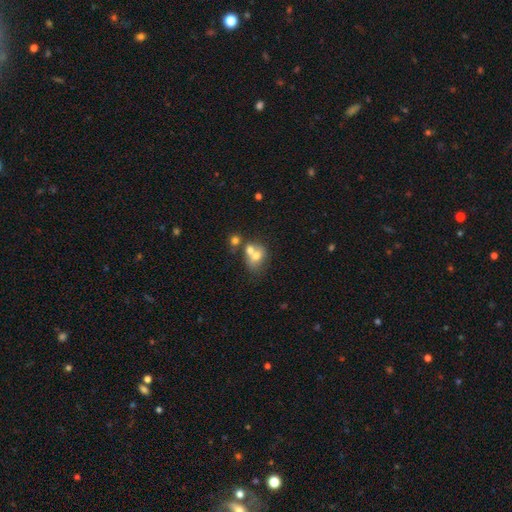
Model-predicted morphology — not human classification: smooth-or-featured: smooth: 64% | featured or disk: 25% | star or artifact: 12%
  how-rounded: in between: 51% | round: 47% | cigar-shaped: 1%
  merging: merger: 56% | none: 28% | minor disturbance: 10% | major disturbance: 6%